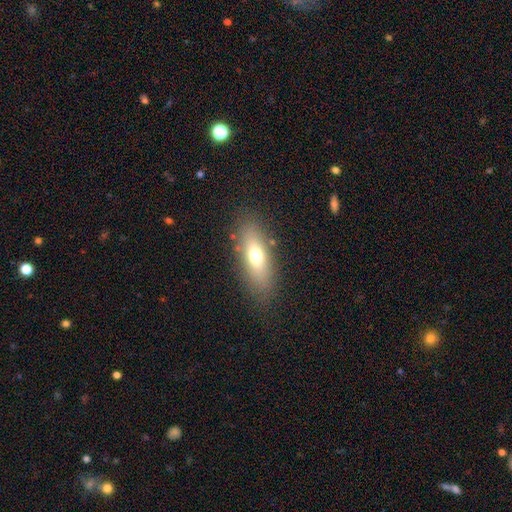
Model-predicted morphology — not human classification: A smooth galaxy with no disk features (66%) that is in between round and cigar-shaped (69%).

Vote fractions:
- Smooth or featured? smooth: 66% / featured or disk: 24% / star or artifact: 10%
- How rounded? in between: 69% / cigar-shaped: 26% / round: 5%
- Merging? none: 83% / minor disturbance: 11% / major disturbance: 5% / merger: 2%